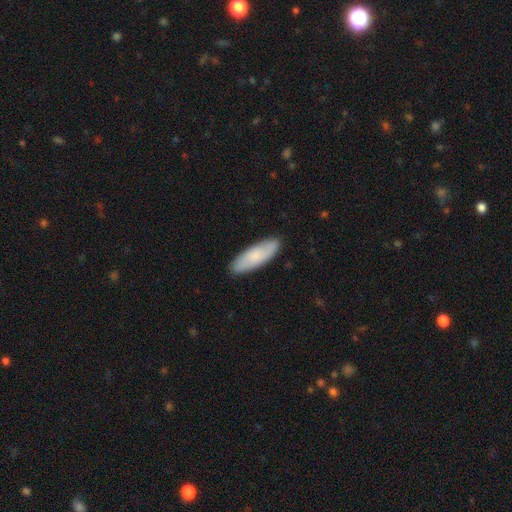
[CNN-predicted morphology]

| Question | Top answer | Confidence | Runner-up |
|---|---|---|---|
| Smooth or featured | smooth | 74% | featured or disk (20%) |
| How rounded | in between | 56% | cigar-shaped (42%) |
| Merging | none | 88% | minor disturbance (10%) |